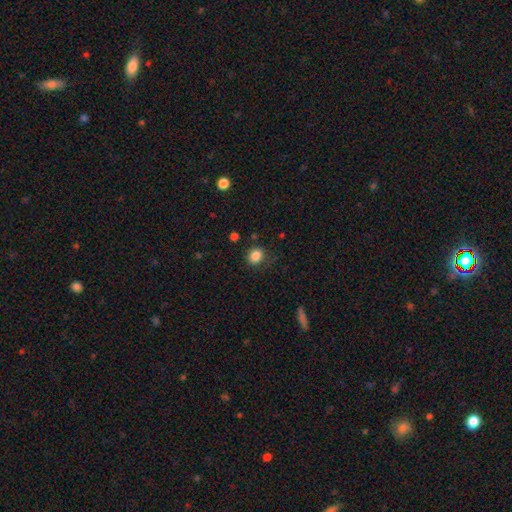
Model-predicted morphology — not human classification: Smooth or featured?
  - smooth: 85% *
  - star or artifact: 11%
  - featured or disk: 4%
How rounded?
  - round: 68% *
  - in between: 31%
  - cigar-shaped: 1%
Merging?
  - none: 79% *
  - minor disturbance: 15%
  - major disturbance: 5%
  - merger: 2%